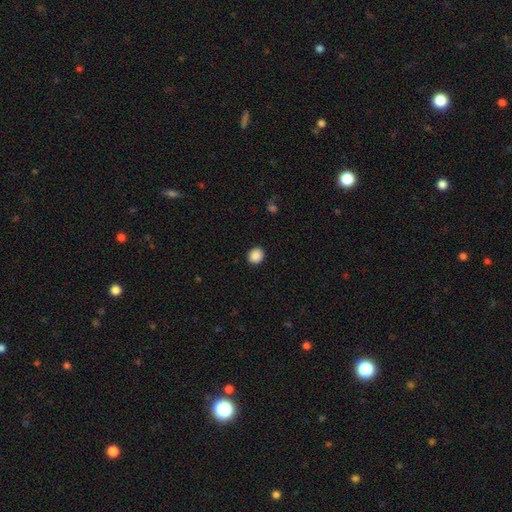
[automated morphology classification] A smooth galaxy with no disk features (89%) that is round (75%). Merging: none (92%).